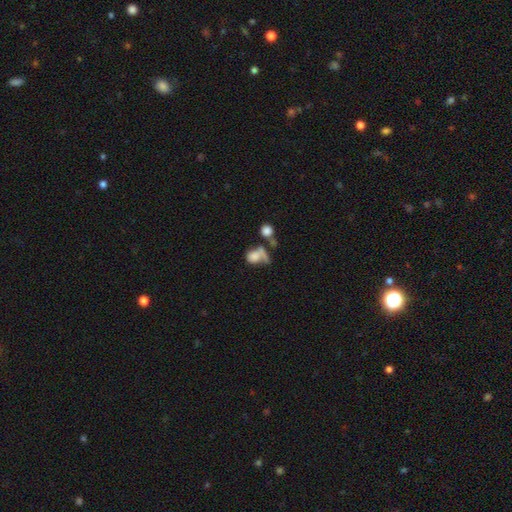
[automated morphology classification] Overall: smooth (64%; featured or disk 25%). How rounded: in between (60%; round 38%). Merging: merger (34%; major disturbance 32%).